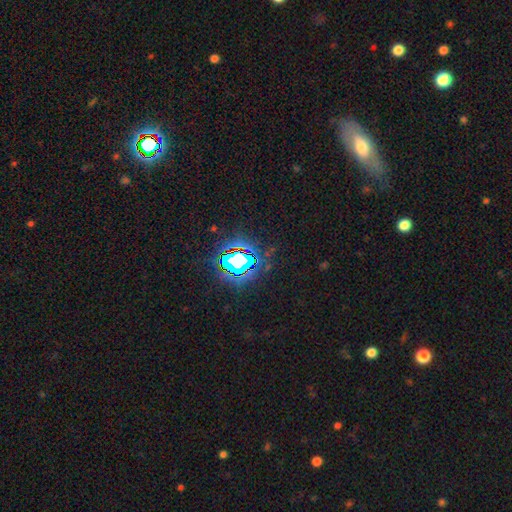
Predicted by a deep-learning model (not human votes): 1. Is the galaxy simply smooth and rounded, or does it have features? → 77% star or artifact, 13% smooth, 10% featured or disk.